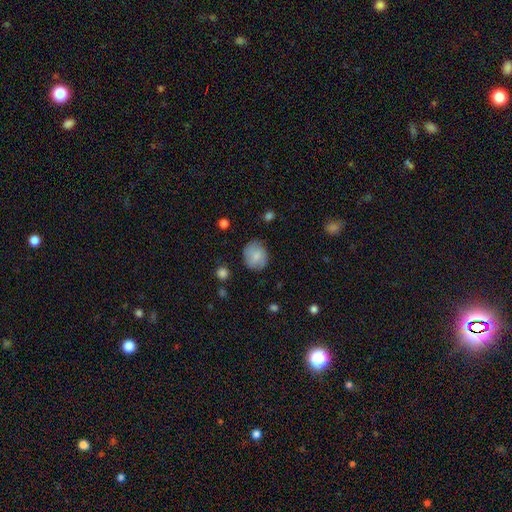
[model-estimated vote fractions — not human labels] Morphology: type=smooth (75%); roundness=round (69%); merging=none (77%).